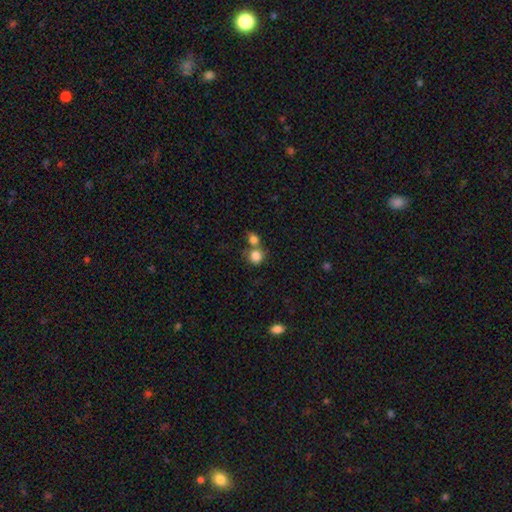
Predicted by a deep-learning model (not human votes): This appears to be a smooth galaxy with no disk features (84%) that is round (86%). Merging: none (49%).